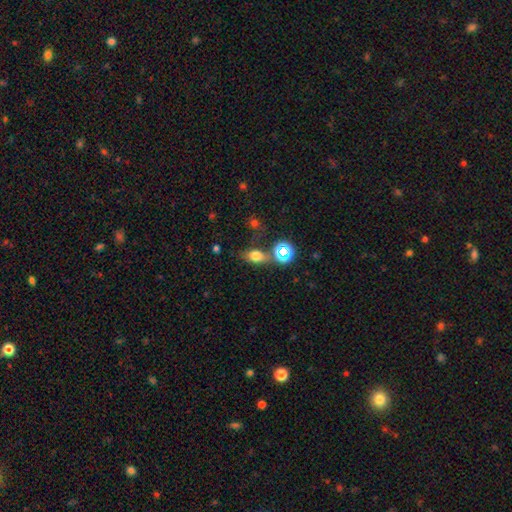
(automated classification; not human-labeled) Smooth or featured? Predicted: smooth (p=0.68). How rounded? Predicted: in between (p=0.68). Merging? Predicted: none (p=0.62).